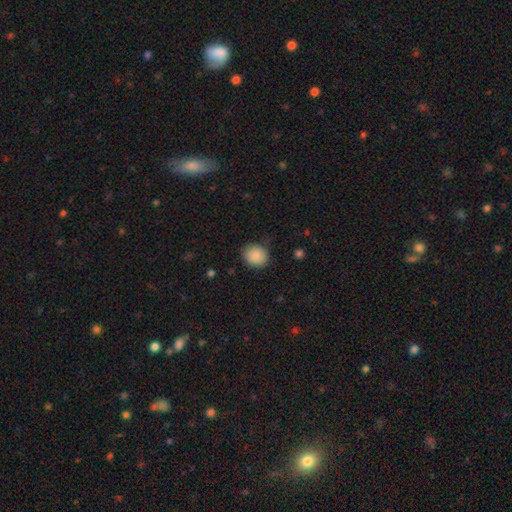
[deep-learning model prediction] Smooth or featured? smooth (88%)
How rounded? round (76%)
Merging? none (83%)